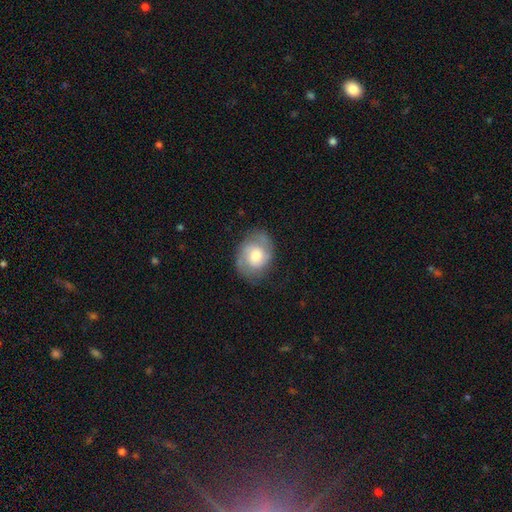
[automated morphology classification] smooth-or-featured: featured or disk: 56% | smooth: 37% | star or artifact: 7%
  disk-edge-on: no: 97% | yes: 3%
    bar: no: 69% | weak: 26% | strong: 4%
    has-spiral-arms: yes: 85% | no: 15%
    bulge-size: moderate: 60% | large: 19% | small: 17% | none: 2% | dominant: 2%
  merging: none: 71% | minor disturbance: 19% | major disturbance: 8% | merger: 1%